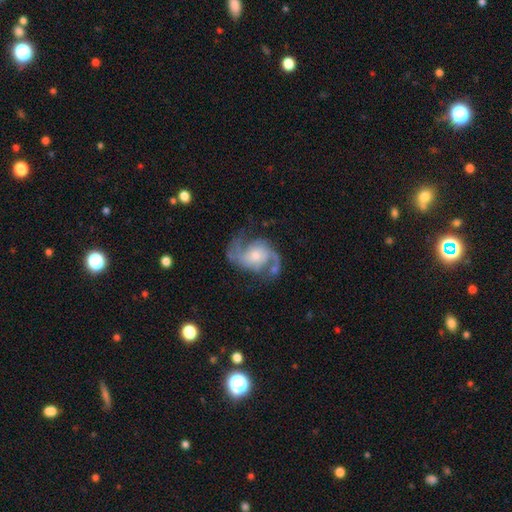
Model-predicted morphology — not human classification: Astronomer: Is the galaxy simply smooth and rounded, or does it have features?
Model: featured or disk — 89%.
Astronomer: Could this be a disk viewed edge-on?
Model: no — 98%.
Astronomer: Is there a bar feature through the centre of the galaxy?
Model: no — 60%.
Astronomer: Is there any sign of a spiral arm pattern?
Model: yes — 97%.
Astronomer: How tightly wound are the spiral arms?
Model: medium — 50% (runner-up: loose, 37%).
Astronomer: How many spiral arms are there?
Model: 2 — 88%.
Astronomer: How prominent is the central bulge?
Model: moderate — 45% (runner-up: small, 38%).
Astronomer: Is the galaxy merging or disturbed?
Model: none — 66%.